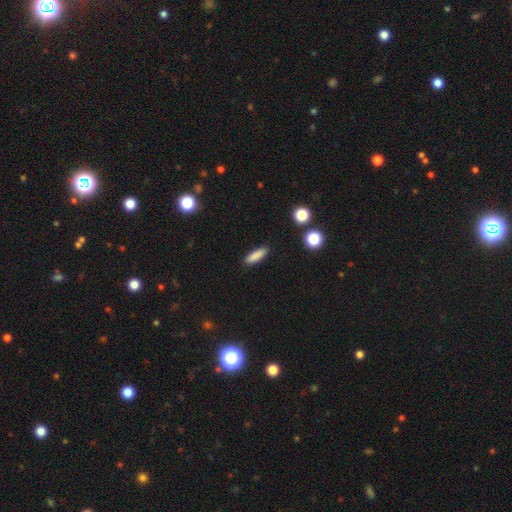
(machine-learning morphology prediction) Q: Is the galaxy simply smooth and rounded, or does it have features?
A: smooth — 85%.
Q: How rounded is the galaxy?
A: cigar-shaped — 67%.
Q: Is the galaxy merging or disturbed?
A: none — 89%.